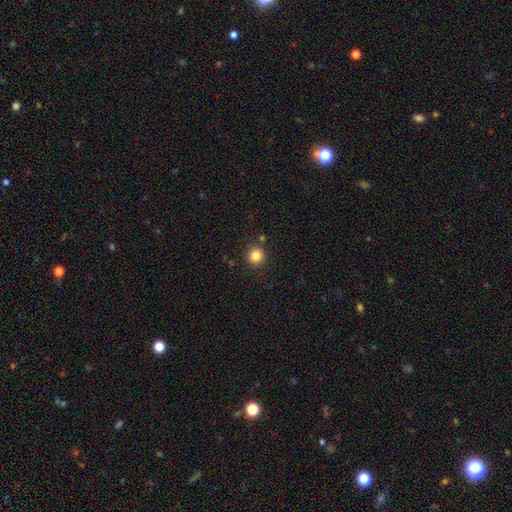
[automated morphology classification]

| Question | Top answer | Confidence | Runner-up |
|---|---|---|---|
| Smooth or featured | smooth | 84% | star or artifact (11%) |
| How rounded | round | 95% | in between (4%) |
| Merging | none | 88% | minor disturbance (6%) |